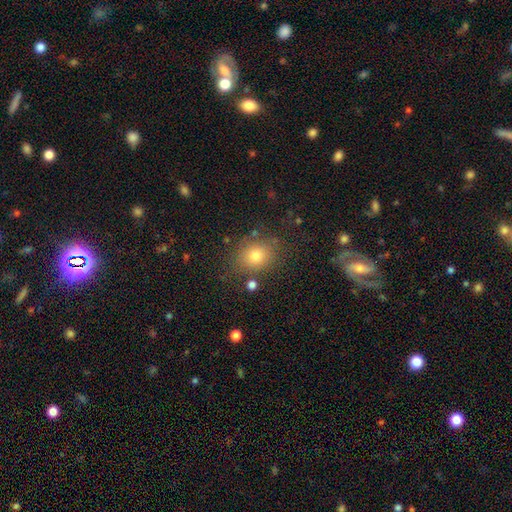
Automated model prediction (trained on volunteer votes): Morphology: type=smooth (77%); roundness=round (60%); merging=none (80%).